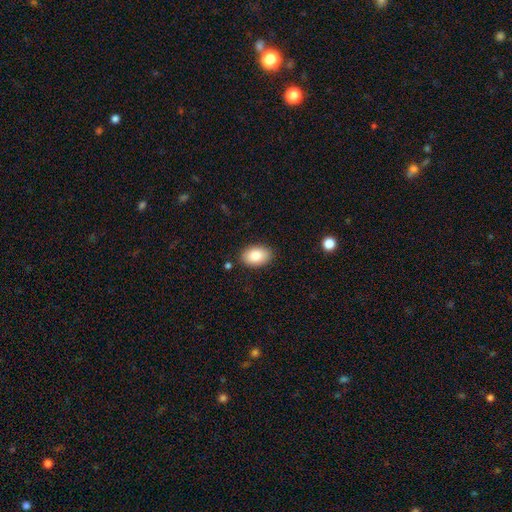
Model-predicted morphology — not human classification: A smooth galaxy with no disk features (87%) that is in between round and cigar-shaped (89%). Merging: none (86%).